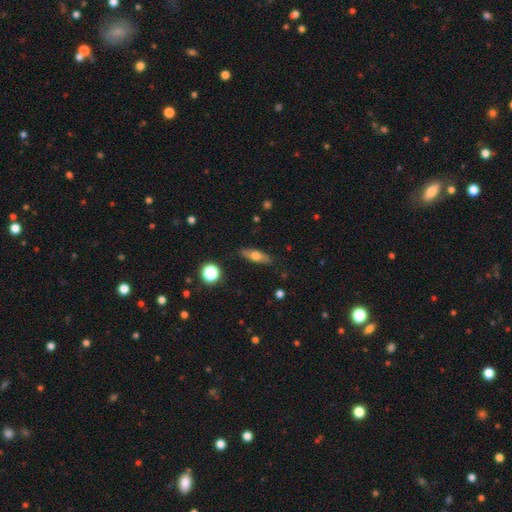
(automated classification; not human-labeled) This appears to be a smooth galaxy with no disk features (56%) that is cigar-shaped (50%). Merging: none (86%).